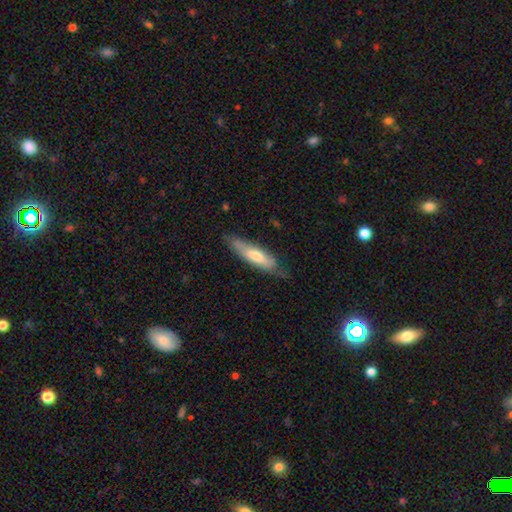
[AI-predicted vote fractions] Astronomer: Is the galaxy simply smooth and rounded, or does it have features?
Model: smooth — 53% (runner-up: featured or disk, 41%).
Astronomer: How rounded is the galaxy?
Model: cigar-shaped — 70%.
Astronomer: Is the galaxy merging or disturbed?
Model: none — 71%.